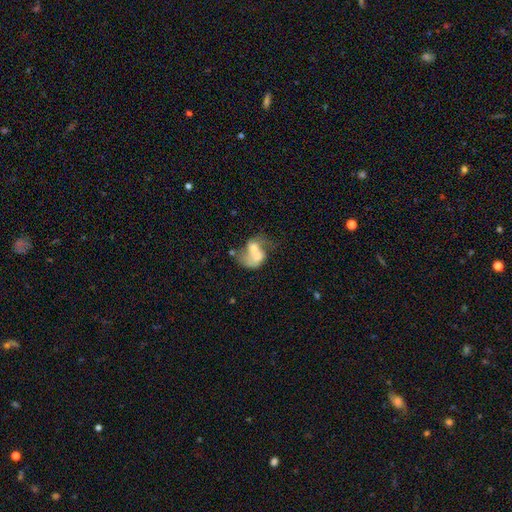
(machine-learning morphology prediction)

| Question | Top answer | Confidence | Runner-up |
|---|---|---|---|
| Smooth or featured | smooth | 47% | featured or disk (44%) |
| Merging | merger | 64% | major disturbance (16%) |